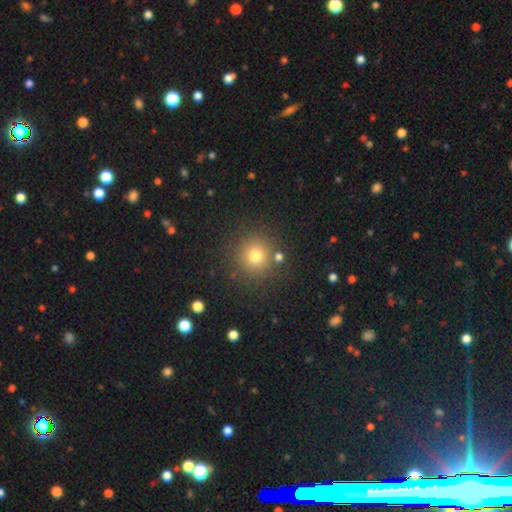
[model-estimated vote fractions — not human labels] Smooth or featured? Predicted: smooth (p=0.75). How rounded? Predicted: round (p=0.94). Merging? Predicted: none (p=0.85).